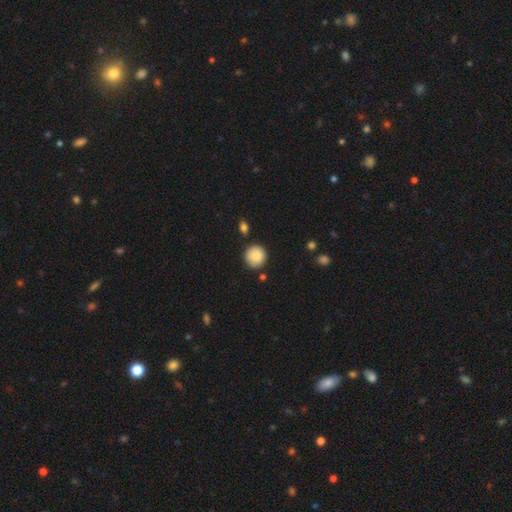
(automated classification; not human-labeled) The model was most divided on "merging": none: 84%, minor disturbance: 11%, merger: 3%, major disturbance: 2%. More confident: how rounded — round (93%); smooth or featured — smooth (86%).